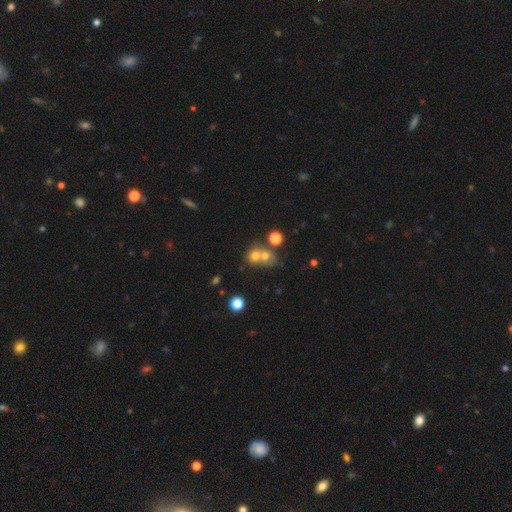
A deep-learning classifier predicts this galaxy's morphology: smooth-or-featured: smooth: 66% | featured or disk: 19% | star or artifact: 16%
  how-rounded: round: 72% | in between: 27% | cigar-shaped: 1%
  merging: merger: 59% | none: 30% | minor disturbance: 7% | major disturbance: 4%